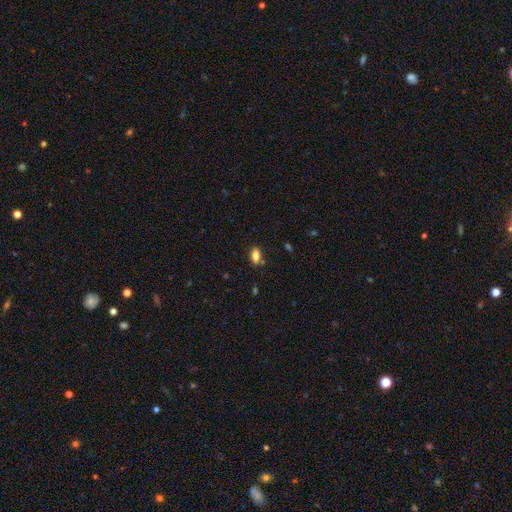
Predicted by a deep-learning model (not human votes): A smooth galaxy with no disk features (83%) that is in between round and cigar-shaped (88%).

Vote fractions:
- Smooth or featured? smooth: 83% / star or artifact: 10% / featured or disk: 7%
- How rounded? in between: 88% / cigar-shaped: 6% / round: 6%
- Merging? none: 79% / minor disturbance: 13% / merger: 5% / major disturbance: 3%